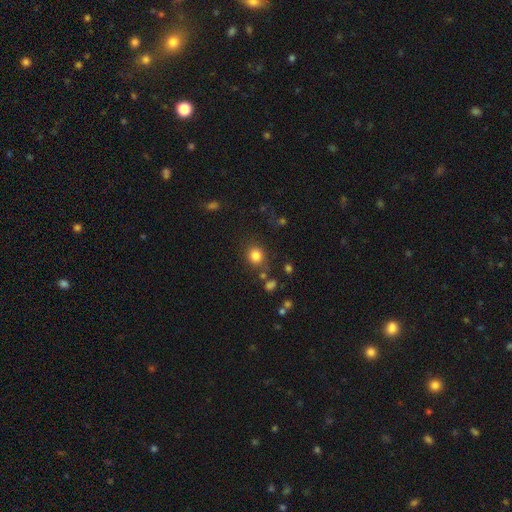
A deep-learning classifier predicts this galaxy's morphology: Smooth or featured: smooth — 82% (star or artifact — 12%)
How rounded: round — 82% (in between — 18%)
Merging: none — 77% (minor disturbance — 12%)